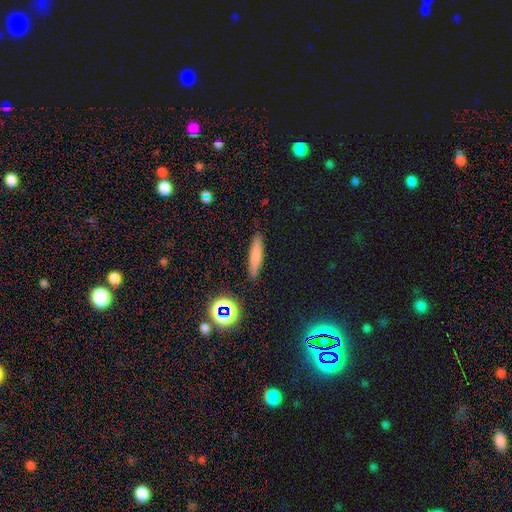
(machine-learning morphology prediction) type=smooth (75%); roundness=cigar-shaped (83%); merging=none (87%).